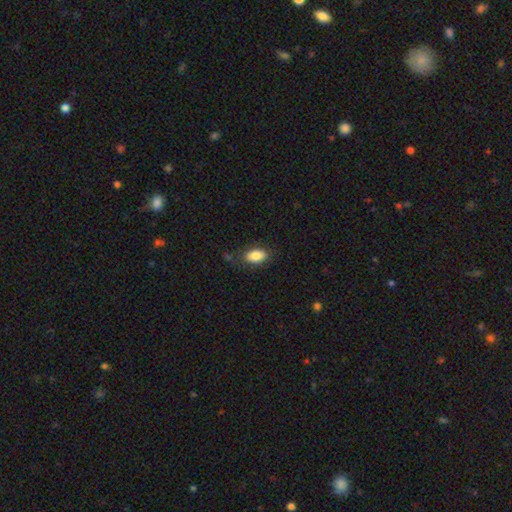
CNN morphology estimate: Smooth or featured: smooth — 84% (featured or disk — 8%)
How rounded: in between — 91% (round — 7%)
Merging: none — 78% (minor disturbance — 16%)